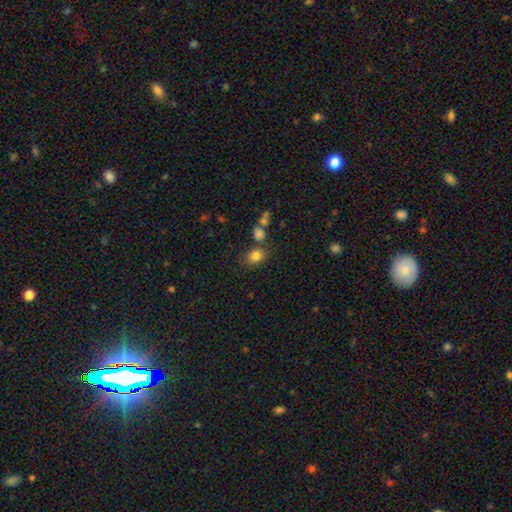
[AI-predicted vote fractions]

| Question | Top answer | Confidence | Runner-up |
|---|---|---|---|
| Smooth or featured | smooth | 82% | star or artifact (11%) |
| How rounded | round | 53% | in between (46%) |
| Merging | none | 71% | merger (13%) |